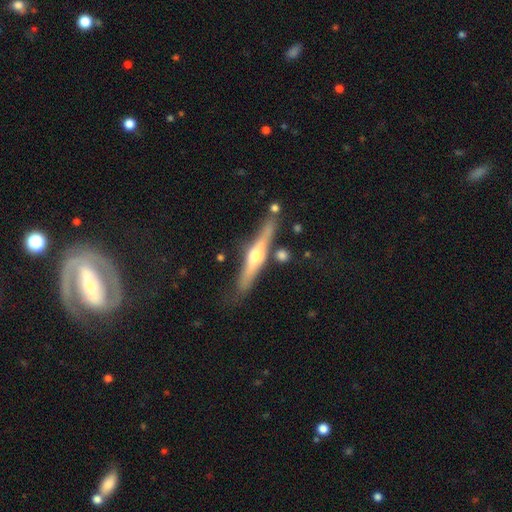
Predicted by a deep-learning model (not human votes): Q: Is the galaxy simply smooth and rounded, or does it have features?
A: featured or disk — 70%.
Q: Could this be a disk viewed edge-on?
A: yes — 96%.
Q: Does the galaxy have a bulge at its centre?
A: rounded — 92%.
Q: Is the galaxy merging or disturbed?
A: none — 77%.